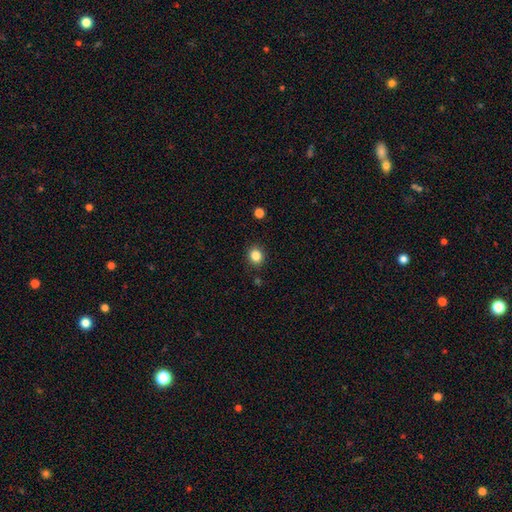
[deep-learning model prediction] Smooth or featured? Predicted: smooth (p=0.84). How rounded? Predicted: round (p=0.79). Merging? Predicted: none (p=0.89).